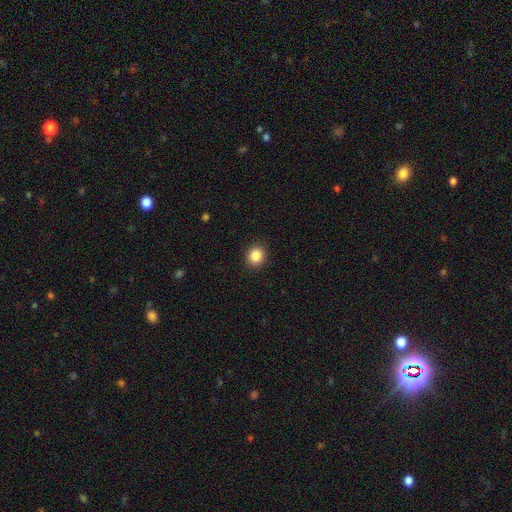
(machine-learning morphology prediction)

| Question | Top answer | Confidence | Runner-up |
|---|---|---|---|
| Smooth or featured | smooth | 86% | star or artifact (10%) |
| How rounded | round | 80% | in between (19%) |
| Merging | none | 91% | minor disturbance (6%) |